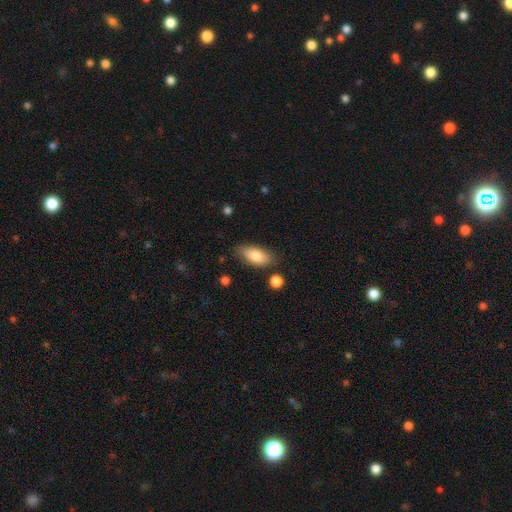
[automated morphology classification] The model was most divided on "merging": none: 78%, minor disturbance: 15%, merger: 3%, major disturbance: 3%. More confident: how rounded — in between (89%); smooth or featured — smooth (81%).